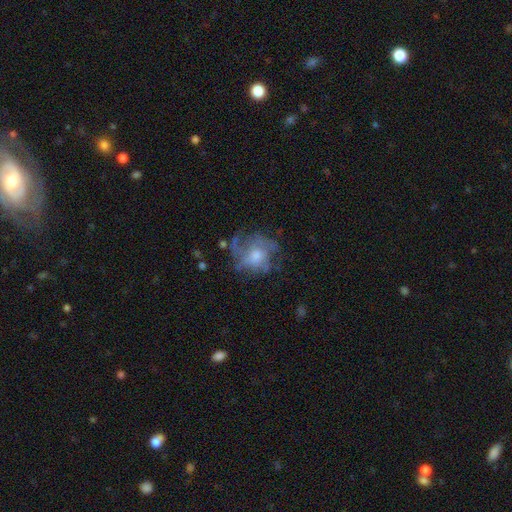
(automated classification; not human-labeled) Smooth or featured?
  - featured or disk: 61% *
  - smooth: 28%
  - star or artifact: 11%
Edge-on disk?
  - no: 97% *
  - yes: 3%
Bar?
  - no: 81% *
  - weak: 16%
  - strong: 3%
Spiral arms?
  - yes: 60% *
  - no: 40%
Bulge size?
  - moderate: 58% *
  - small: 27%
  - large: 10%
  - none: 4%
  - dominant: 1%
Merging?
  - none: 57% *
  - major disturbance: 21%
  - minor disturbance: 20%
  - merger: 2%